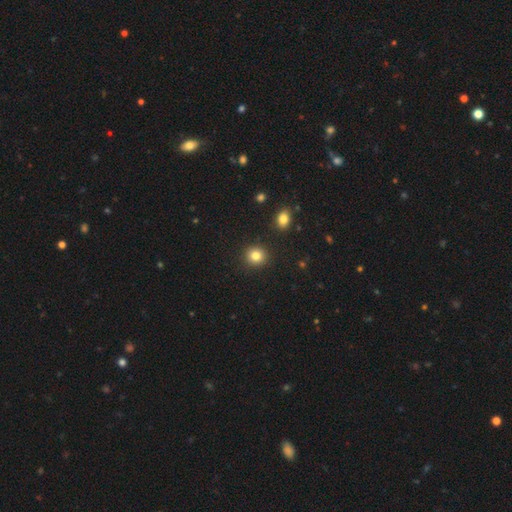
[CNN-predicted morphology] This is clearly a smooth galaxy (84%). How rounded: clearly round (88%). Merging: clearly none (91%).